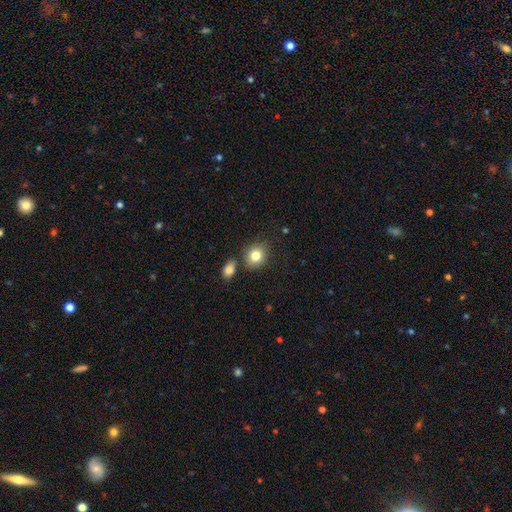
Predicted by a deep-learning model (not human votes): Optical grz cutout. It shows a smooth galaxy with no disk features (82%) that is round (66%). Merging: none (72%).